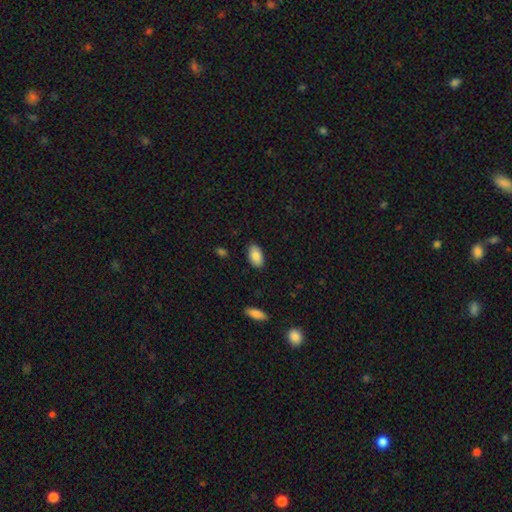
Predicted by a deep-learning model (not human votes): smooth-or-featured: smooth: 86% | star or artifact: 7% | featured or disk: 7%
  how-rounded: in between: 94% | round: 5% | cigar-shaped: 2%
  merging: none: 87% | minor disturbance: 10% | major disturbance: 2% | merger: 1%